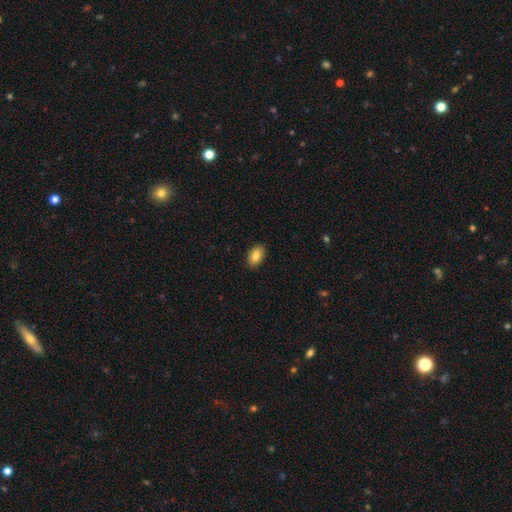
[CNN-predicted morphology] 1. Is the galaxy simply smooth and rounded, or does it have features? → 85% smooth, 8% featured or disk, 7% star or artifact.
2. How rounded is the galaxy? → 92% in between, 6% round, 2% cigar-shaped.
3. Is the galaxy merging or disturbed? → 89% none, 8% minor disturbance, 2% major disturbance, 1% merger.